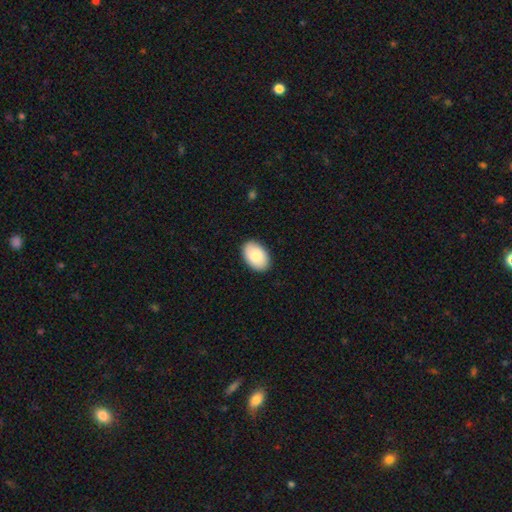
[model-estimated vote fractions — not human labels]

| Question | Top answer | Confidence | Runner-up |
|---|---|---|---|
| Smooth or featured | smooth | 85% | featured or disk (9%) |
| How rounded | in between | 90% | round (9%) |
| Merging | none | 89% | minor disturbance (8%) |